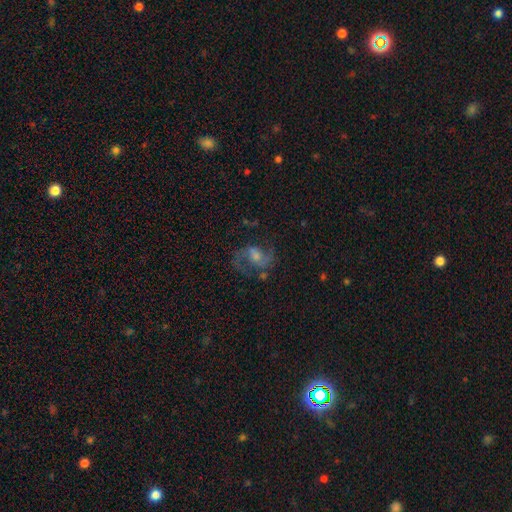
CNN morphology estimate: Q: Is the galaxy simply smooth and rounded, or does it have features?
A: featured or disk — 79%.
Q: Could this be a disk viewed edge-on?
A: no — 98%.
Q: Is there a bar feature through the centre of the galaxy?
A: weak — 45%.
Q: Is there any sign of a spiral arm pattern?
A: yes — 94%.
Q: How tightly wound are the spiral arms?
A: medium — 51%.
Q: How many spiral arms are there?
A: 2 — 89%.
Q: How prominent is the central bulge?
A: moderate — 40%.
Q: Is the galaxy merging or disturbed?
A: none — 65%.